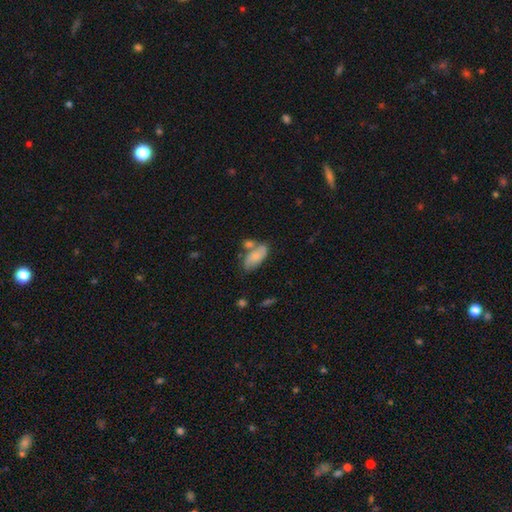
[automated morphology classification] Smooth or featured? smooth (64%)
How rounded? in between (89%)
Merging? none (42%)